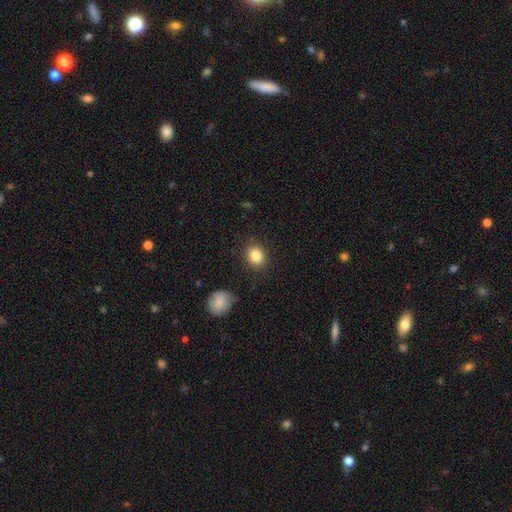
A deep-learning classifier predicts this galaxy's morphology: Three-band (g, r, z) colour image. It shows a smooth galaxy with no disk features (85%) that is round (60%). Merging: none (86%).